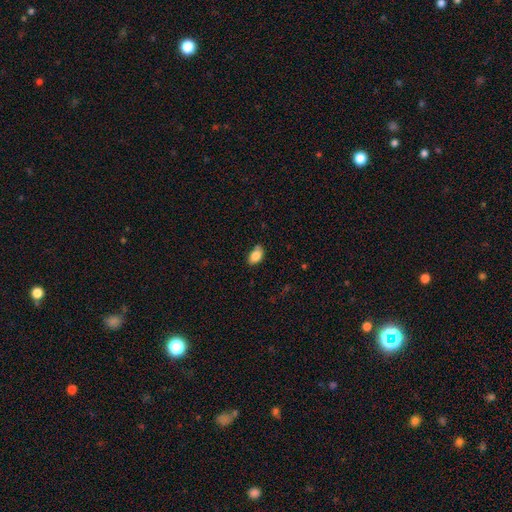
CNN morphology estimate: smooth_or_featured: smooth (p=0.85) [alt: star or artifact p=0.08]
how_rounded: in between (p=0.89) [alt: round p=0.10]
merging: none (p=0.71) [alt: minor disturbance p=0.20]